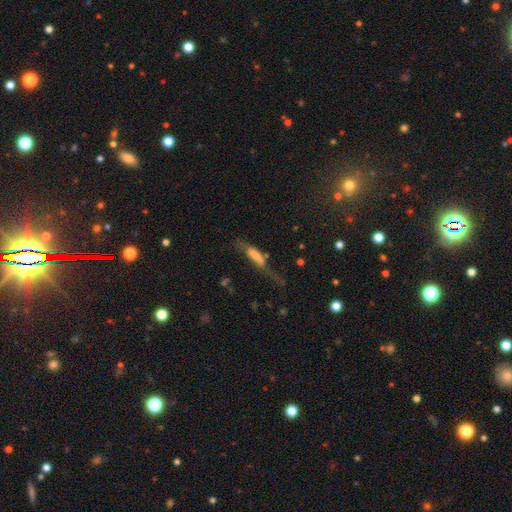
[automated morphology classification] Smooth or featured? smooth (54%)
How rounded? cigar-shaped (57%)
Merging? major disturbance (44%)